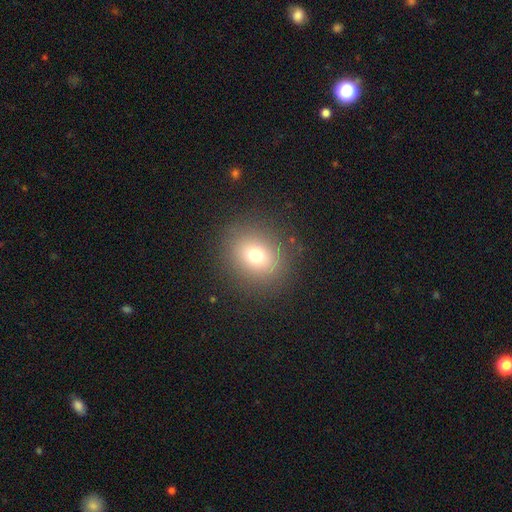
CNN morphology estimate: type=smooth (73%); roundness=round (71%); merging=none (86%).